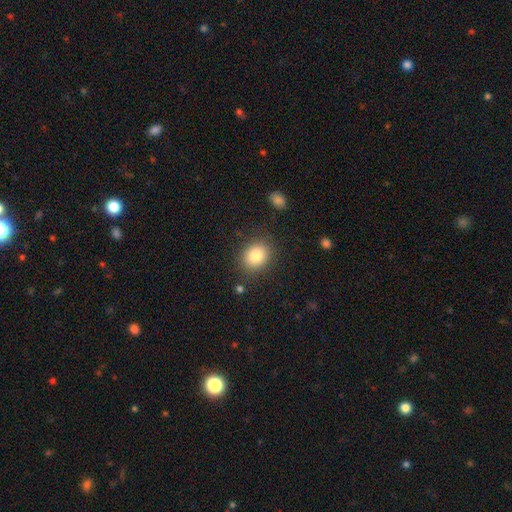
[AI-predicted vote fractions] smooth_or_featured: smooth (p=0.82) [alt: star or artifact p=0.10]
how_rounded: round (p=0.58) [alt: in between p=0.41]
merging: none (p=0.85) [alt: minor disturbance p=0.10]